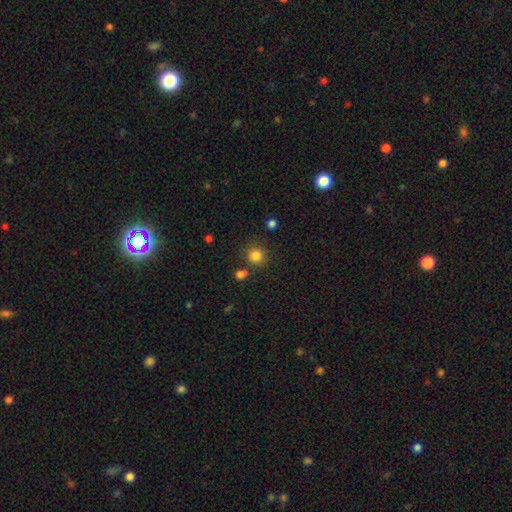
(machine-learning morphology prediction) The model was most divided on "merging": none: 79%, minor disturbance: 9%, merger: 8%, major disturbance: 3%. More confident: how rounded — round (88%); smooth or featured — smooth (83%).